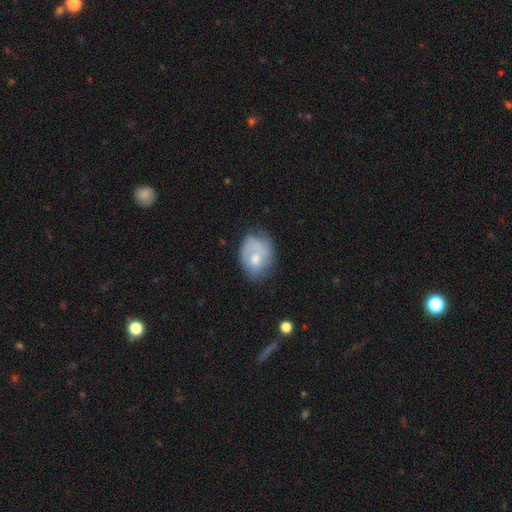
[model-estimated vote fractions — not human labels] smooth_or_featured: smooth (p=0.57) [alt: featured or disk p=0.35]
how_rounded: in between (p=0.59) [alt: round p=0.40]
merging: none (p=0.45) [alt: minor disturbance p=0.34]